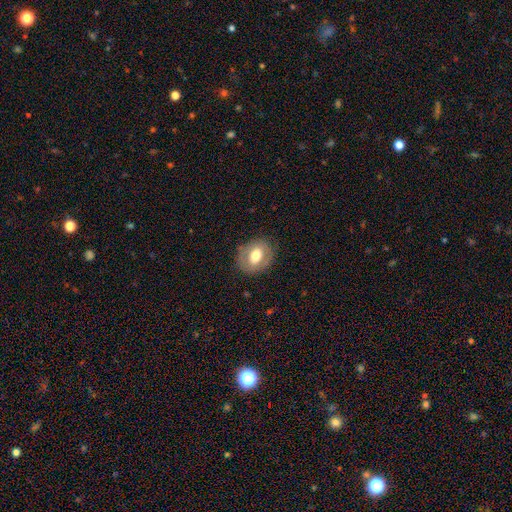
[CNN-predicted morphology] smooth-or-featured: smooth: 60% | featured or disk: 32% | star or artifact: 8%
  how-rounded: in between: 55% | round: 44% | cigar-shaped: 1%
  merging: none: 81% | minor disturbance: 13% | major disturbance: 5% | merger: 1%